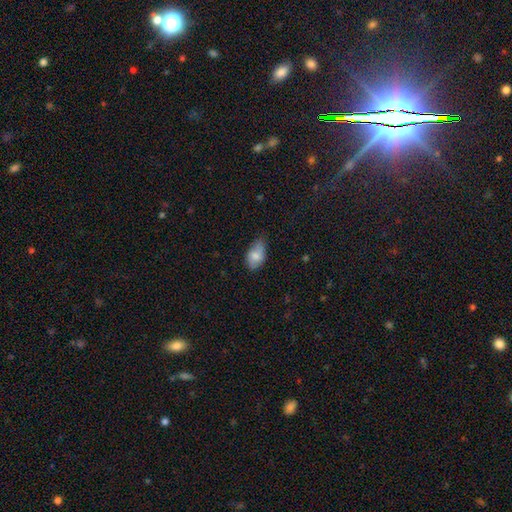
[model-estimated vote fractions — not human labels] Smooth or featured: smooth — 76% (featured or disk — 17%)
How rounded: in between — 90% (round — 8%)
Merging: none — 51% (minor disturbance — 40%)